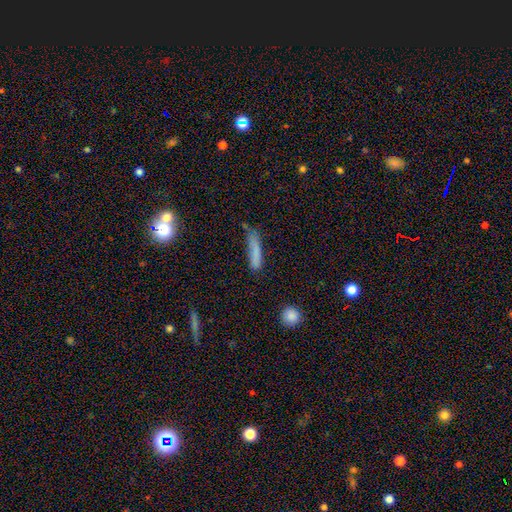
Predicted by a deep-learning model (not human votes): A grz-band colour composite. It shows a smooth galaxy with no disk features (78%) that is cigar-shaped (83%). Merging: none (46%).